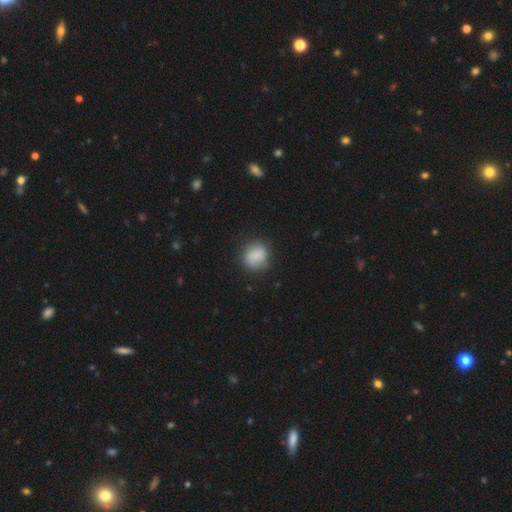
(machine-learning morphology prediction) Smooth or featured: smooth — 84% (featured or disk — 8%)
How rounded: round — 77% (in between — 22%)
Merging: none — 79% (minor disturbance — 15%)